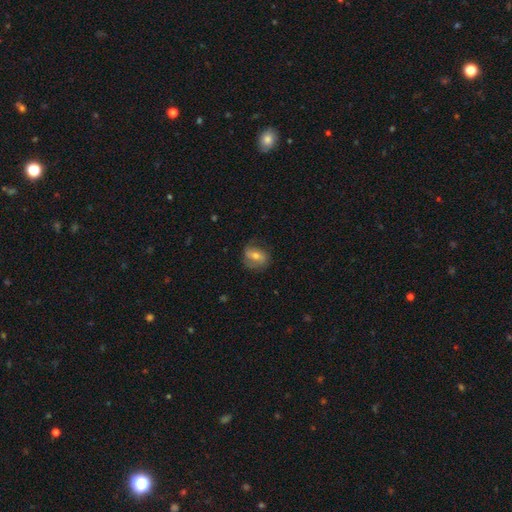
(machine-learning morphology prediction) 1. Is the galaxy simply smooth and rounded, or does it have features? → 56% featured or disk, 36% smooth, 8% star or artifact.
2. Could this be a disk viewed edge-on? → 95% no, 5% yes.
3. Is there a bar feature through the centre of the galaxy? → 39% weak, 31% strong, 30% no.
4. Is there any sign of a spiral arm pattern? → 79% yes, 21% no.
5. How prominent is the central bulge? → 61% moderate, 31% small, 5% large, 2% none, 1% dominant.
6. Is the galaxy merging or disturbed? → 68% none, 21% minor disturbance, 10% major disturbance, 1% merger.